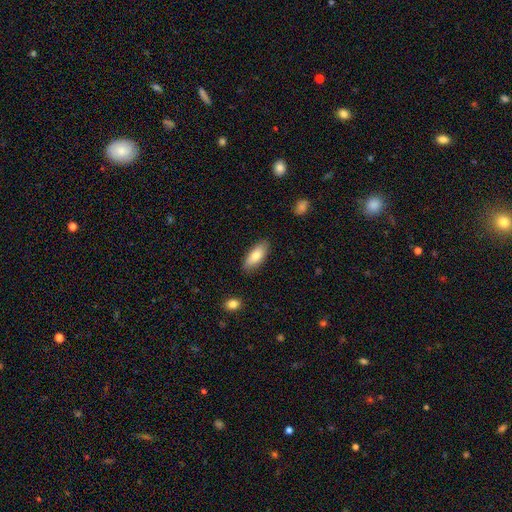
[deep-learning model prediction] Overall: smooth (79%). How rounded: in between (82%). Merging: none (86%).